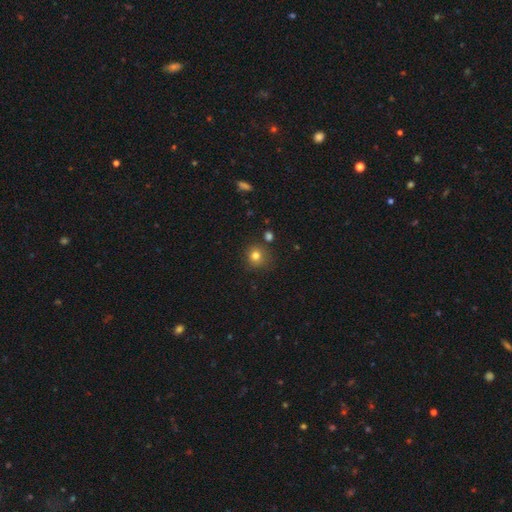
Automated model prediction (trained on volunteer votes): smooth-or-featured: smooth: 79% | star or artifact: 13% | featured or disk: 7%
  how-rounded: round: 88% | in between: 11% | cigar-shaped: 1%
  merging: none: 80% | minor disturbance: 12% | merger: 5% | major disturbance: 3%